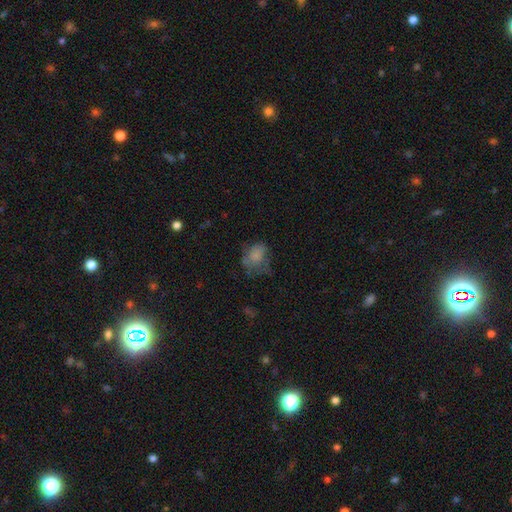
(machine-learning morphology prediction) This is likely a smooth galaxy (66%). How rounded: likely in between (65%). Merging: marginally none (35%).